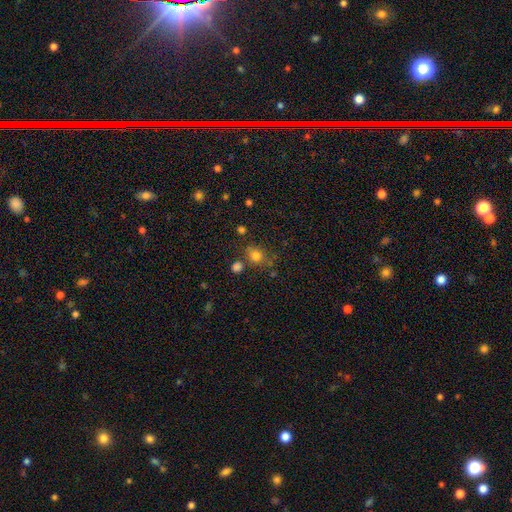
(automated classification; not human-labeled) Smooth or featured? Predicted: smooth (p=0.76). How rounded? Predicted: round (p=0.71). Merging? Predicted: none (p=0.64).